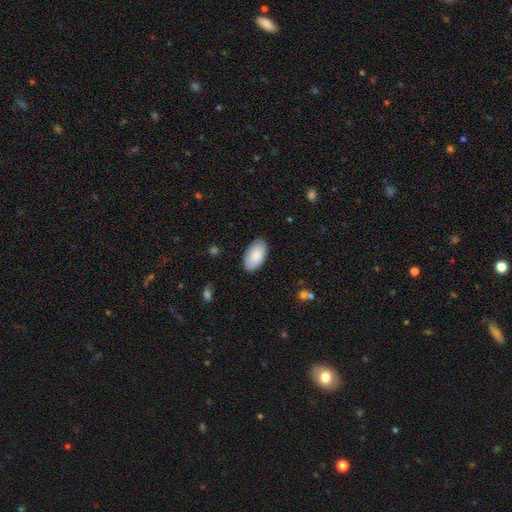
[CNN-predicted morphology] This is clearly a smooth galaxy (87%). How rounded: clearly in between (96%). Merging: clearly none (85%).